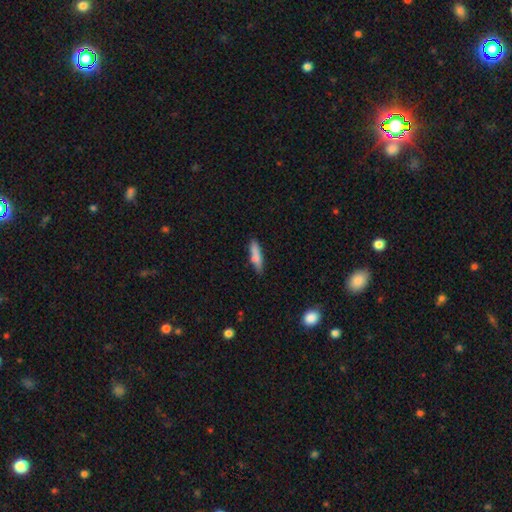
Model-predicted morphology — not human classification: Q: Smooth or featured?
A: smooth (75%); runner-up: featured or disk (18%)
Q: How rounded?
A: cigar-shaped (76%); runner-up: in between (22%)
Q: Merging?
A: none (75%); runner-up: minor disturbance (18%)